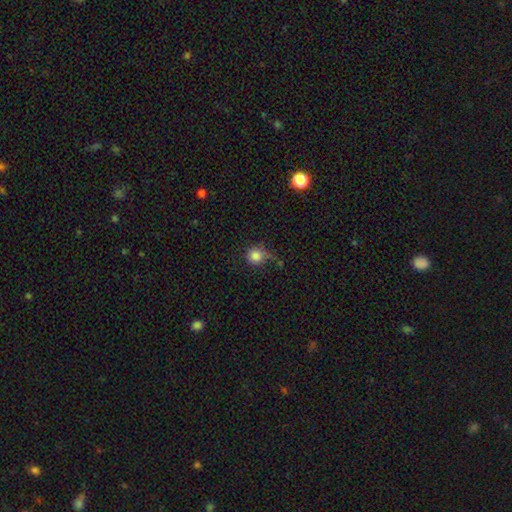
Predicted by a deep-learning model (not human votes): smooth-or-featured: smooth: 83% | star or artifact: 11% | featured or disk: 7%
  how-rounded: round: 88% | in between: 11% | cigar-shaped: 1%
  merging: none: 51% | minor disturbance: 28% | major disturbance: 16% | merger: 6%